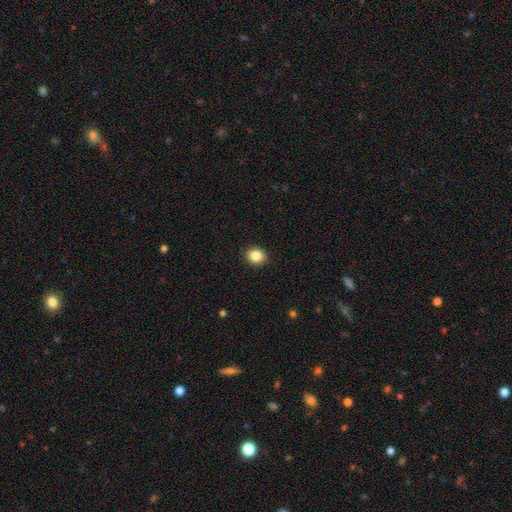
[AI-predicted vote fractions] Smooth or featured?
  - smooth: 85% *
  - star or artifact: 10%
  - featured or disk: 6%
How rounded?
  - round: 76% *
  - in between: 23%
  - cigar-shaped: 1%
Merging?
  - none: 92% *
  - minor disturbance: 5%
  - major disturbance: 2%
  - merger: 1%